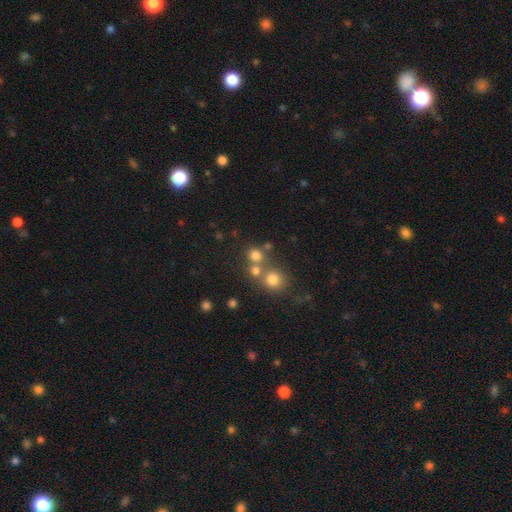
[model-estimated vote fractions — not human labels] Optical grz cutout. It shows a smooth galaxy with no disk features (74%) that is round (86%). Merging: none (56%).